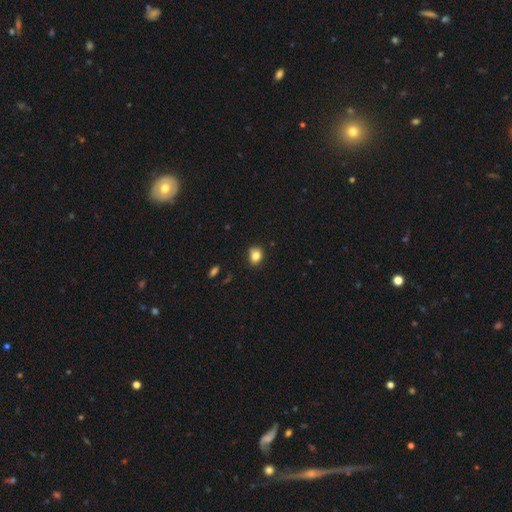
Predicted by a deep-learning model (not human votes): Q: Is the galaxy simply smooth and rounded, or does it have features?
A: smooth — 83%.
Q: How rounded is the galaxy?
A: in between — 55%.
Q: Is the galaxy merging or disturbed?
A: none — 76%.